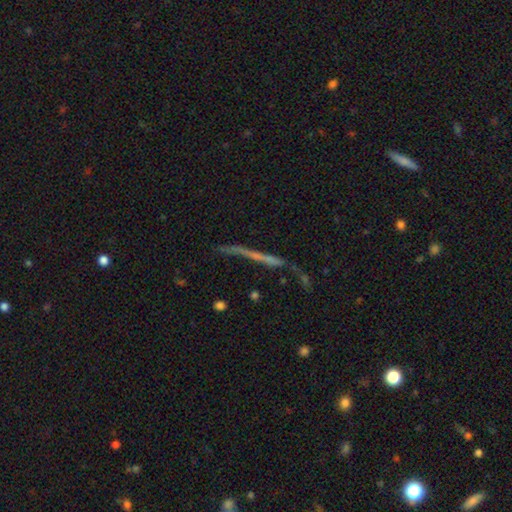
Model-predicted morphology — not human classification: smooth_or_featured: featured or disk (p=0.57) [alt: smooth p=0.29]
disk_edge_on: yes (p=0.83) [alt: no p=0.17]
merging: none (p=0.55) [alt: minor disturbance p=0.19]